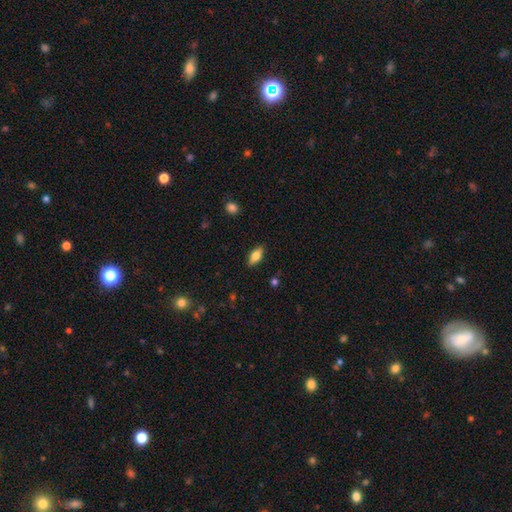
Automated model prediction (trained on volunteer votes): Morphology: type=smooth (68%); roundness=in between (81%); merging=none (88%).